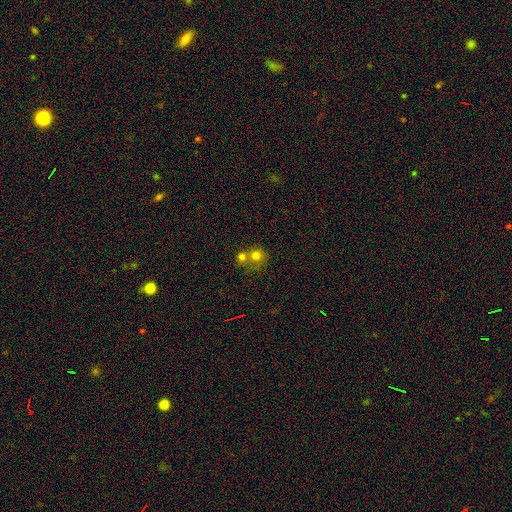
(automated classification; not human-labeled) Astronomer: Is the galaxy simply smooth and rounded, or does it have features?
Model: smooth — 73%.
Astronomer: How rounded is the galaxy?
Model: round — 83%.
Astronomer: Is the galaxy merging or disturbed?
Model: merger — 50% (runner-up: none, 39%).